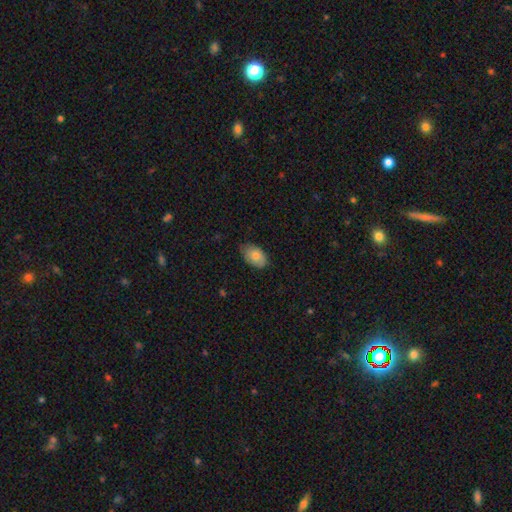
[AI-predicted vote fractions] The model was most divided on "merging": none: 70%, minor disturbance: 26%, major disturbance: 4%, merger: 1%. More confident: how rounded — in between (91%); smooth or featured — smooth (78%).